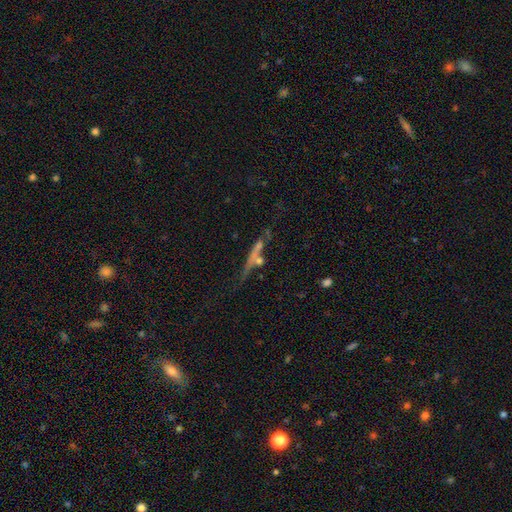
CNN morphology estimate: This is possibly a featured or disk galaxy (48%). Merging: possibly none (53%).